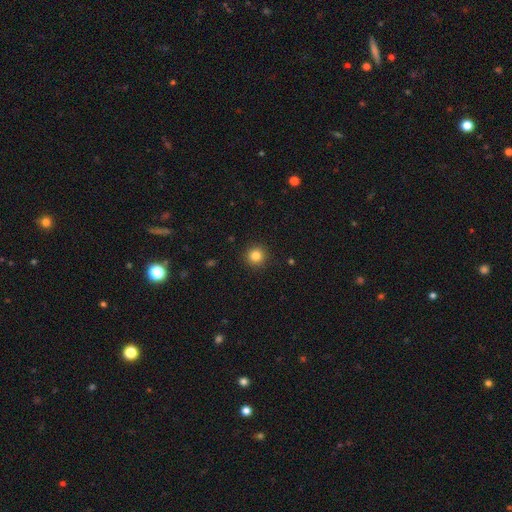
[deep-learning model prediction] The model was most divided on "smooth or featured": smooth: 84%, star or artifact: 12%, featured or disk: 5%. More confident: how rounded — round (95%); merging — none (92%).